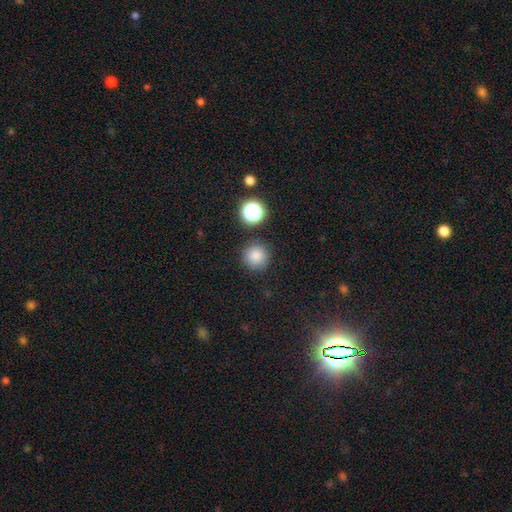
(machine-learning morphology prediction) This appears to be a smooth galaxy with no disk features (82%) that is round (96%). Merging: none (87%).